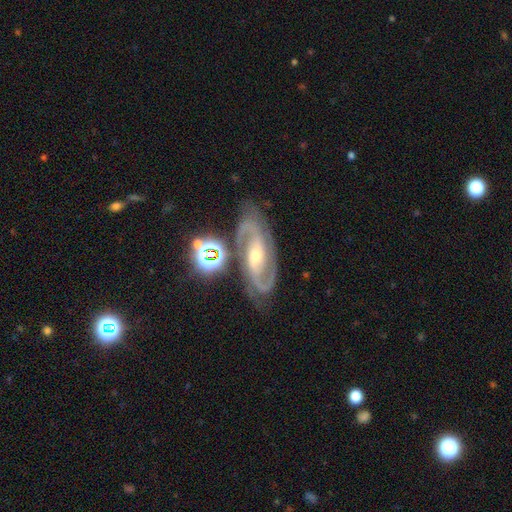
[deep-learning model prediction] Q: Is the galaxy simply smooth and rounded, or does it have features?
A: featured or disk — 88%.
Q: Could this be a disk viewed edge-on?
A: no — 96%.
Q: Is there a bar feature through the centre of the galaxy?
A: weak — 38%.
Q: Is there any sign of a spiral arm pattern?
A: yes — 98%.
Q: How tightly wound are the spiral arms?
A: medium — 56%.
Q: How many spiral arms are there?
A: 2 — 92%.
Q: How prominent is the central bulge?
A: moderate — 51%.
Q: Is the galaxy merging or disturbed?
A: none — 77%.